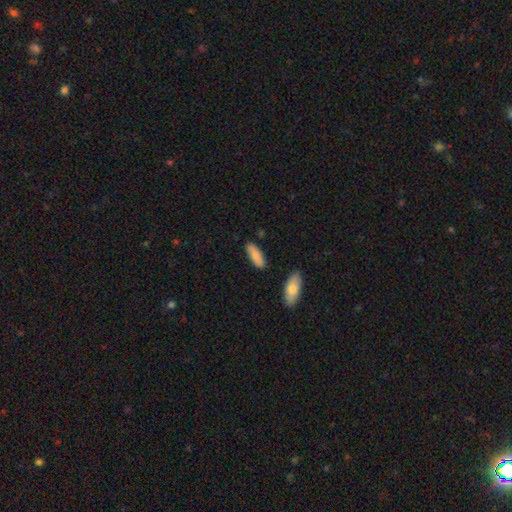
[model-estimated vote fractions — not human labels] The model was most divided on "how rounded": in between: 65%, cigar-shaped: 33%, round: 2%. More confident: smooth or featured — smooth (83%); merging — none (83%).